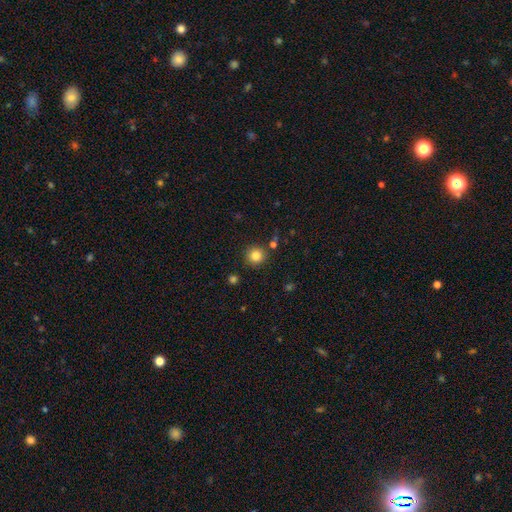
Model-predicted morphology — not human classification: A smooth galaxy with no disk features (84%) that is round (93%). Merging: none (87%).